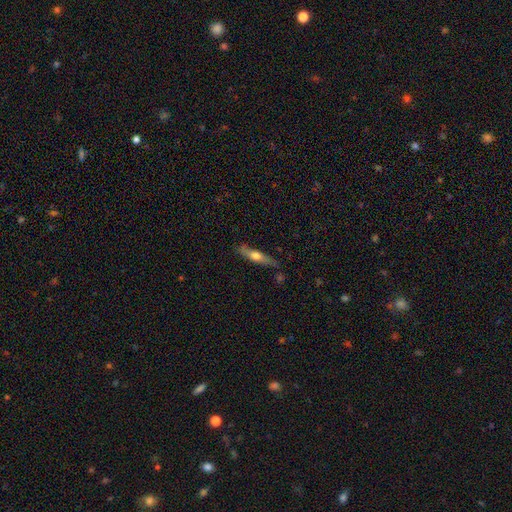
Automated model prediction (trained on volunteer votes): smooth_or_featured: smooth (p=0.47) [tied with: featured or disk p=0.47]
merging: none (p=0.75) [alt: minor disturbance p=0.18]